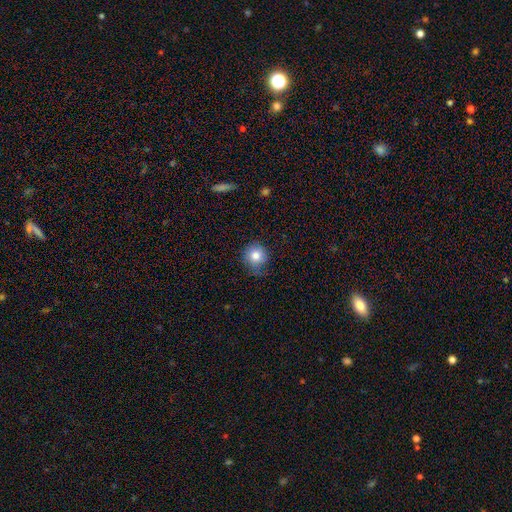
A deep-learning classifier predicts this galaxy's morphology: A smooth galaxy with no disk features (81%) that is round (90%). Merging: none (72%).